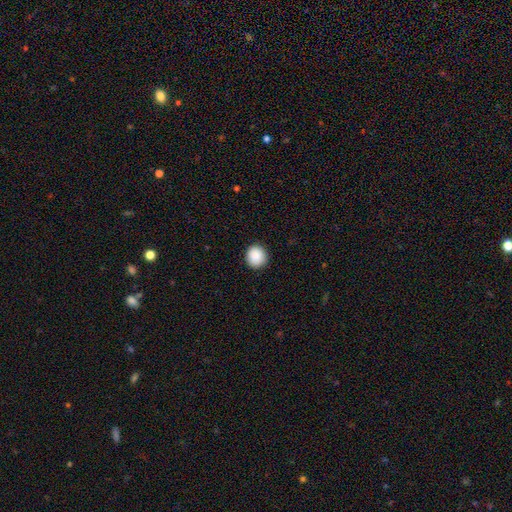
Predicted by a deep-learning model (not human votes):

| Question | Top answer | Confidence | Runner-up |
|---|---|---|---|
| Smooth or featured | smooth | 89% | star or artifact (8%) |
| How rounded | round | 83% | in between (16%) |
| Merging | none | 91% | minor disturbance (7%) |